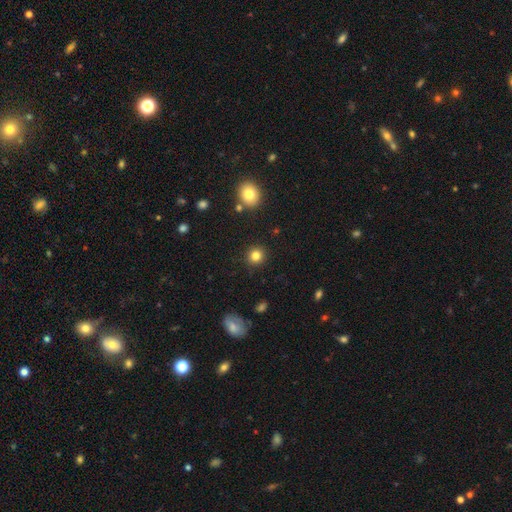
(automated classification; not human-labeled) smooth-or-featured: smooth: 83% | star or artifact: 11% | featured or disk: 5%
  how-rounded: round: 91% | in between: 8% | cigar-shaped: 1%
  merging: none: 90% | minor disturbance: 6% | major disturbance: 2% | merger: 2%